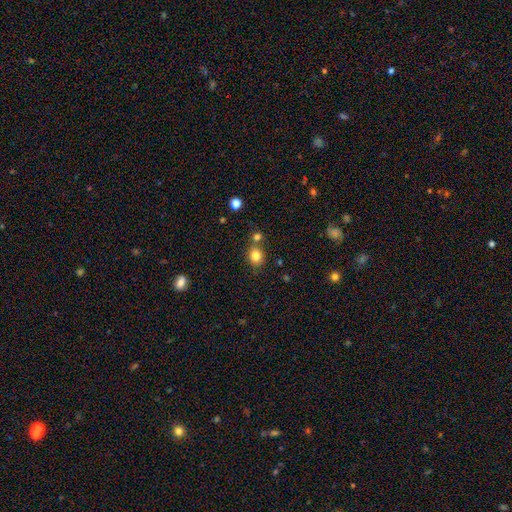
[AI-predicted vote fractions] Smooth or featured: smooth — 82% (star or artifact — 11%)
How rounded: round — 66% (in between — 33%)
Merging: none — 67% (merger — 20%)